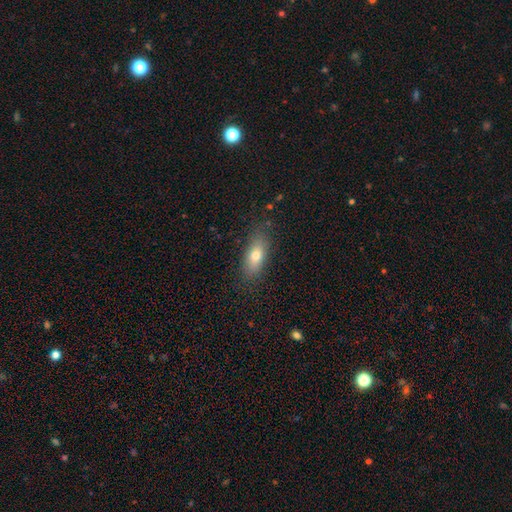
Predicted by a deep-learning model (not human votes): smooth_or_featured: smooth (p=0.74) [alt: featured or disk p=0.18]
how_rounded: in between (p=0.75) [alt: cigar-shaped p=0.20]
merging: none (p=0.82) [alt: minor disturbance p=0.13]